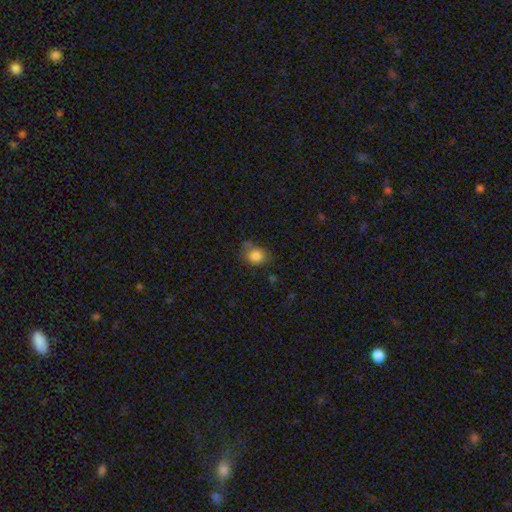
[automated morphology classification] This is clearly a smooth galaxy (82%). How rounded: possibly round (56%). Merging: possibly none (58%).